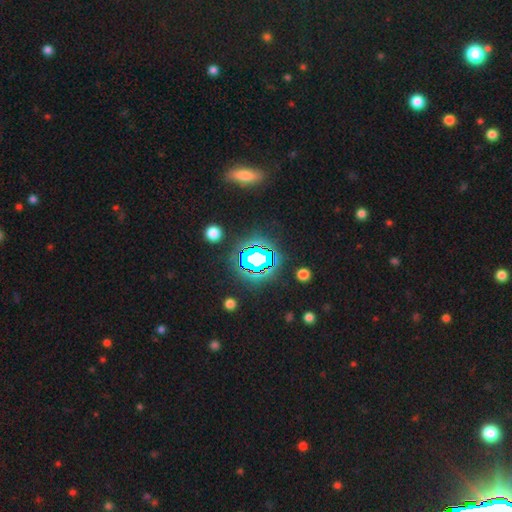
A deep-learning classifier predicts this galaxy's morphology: This appears to be a star or artifact, not a galaxy (75%).